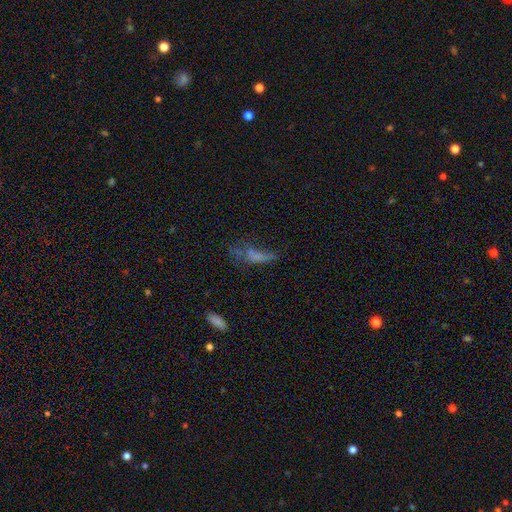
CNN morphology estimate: Smooth or featured? smooth (50%)
How rounded? in between (54%)
Merging? none (34%)